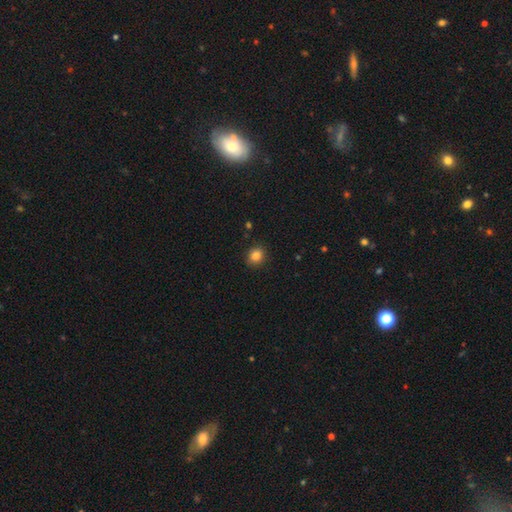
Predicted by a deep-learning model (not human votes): The model was most divided on "how rounded": round: 75%, in between: 24%, cigar-shaped: 1%. More confident: merging — none (89%); smooth or featured — smooth (85%).